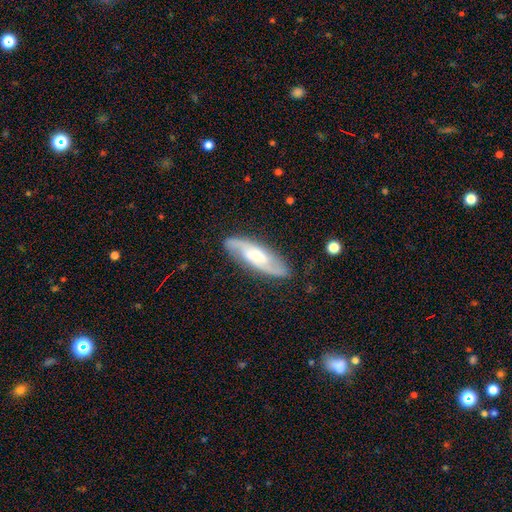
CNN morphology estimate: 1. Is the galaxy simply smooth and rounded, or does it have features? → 76% featured or disk, 19% smooth, 5% star or artifact.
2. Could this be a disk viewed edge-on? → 86% no, 14% yes.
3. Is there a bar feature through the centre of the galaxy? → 47% no, 39% weak, 14% strong.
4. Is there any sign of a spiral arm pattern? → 95% yes, 5% no.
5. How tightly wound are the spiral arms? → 46% medium, 33% loose, 20% tight.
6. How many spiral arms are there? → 89% 2, 6% can't tell, 2% 1, 1% 3, 1% 4, 1% more than 4.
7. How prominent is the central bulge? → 46% moderate, 33% small, 13% large, 6% none, 2% dominant.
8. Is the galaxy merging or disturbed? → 84% none, 12% minor disturbance, 3% major disturbance, 1% merger.